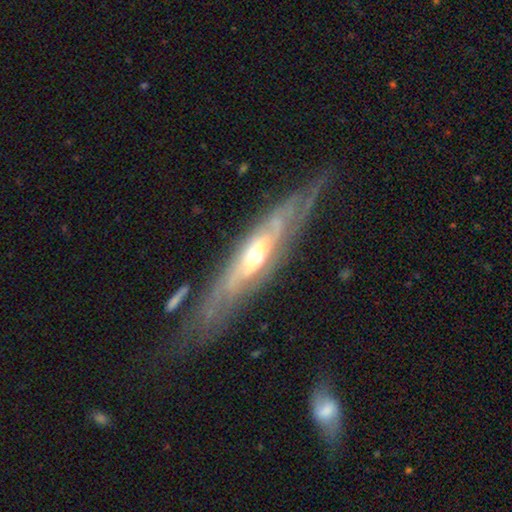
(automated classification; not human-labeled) Smooth or featured?
  - featured or disk: 83% *
  - smooth: 11%
  - star or artifact: 5%
Edge-on disk?
  - no: 55% *
  - yes: 45%
Merging?
  - none: 66% *
  - minor disturbance: 20%
  - major disturbance: 11%
  - merger: 2%